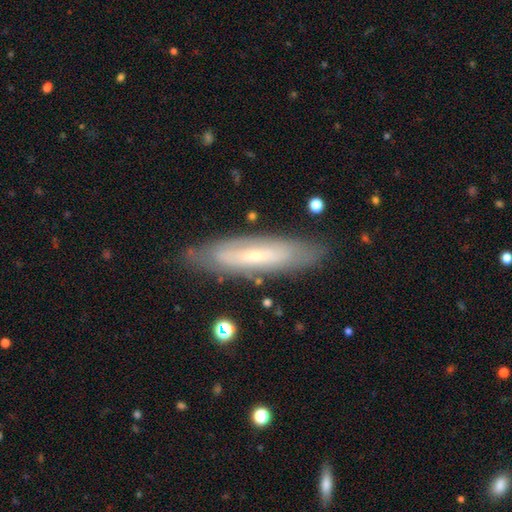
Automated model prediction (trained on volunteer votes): Smooth or featured: featured or disk — 59% (smooth — 35%)
Edge-on disk: no — 56% (yes — 44%)
Merging: none — 81% (minor disturbance — 14%)